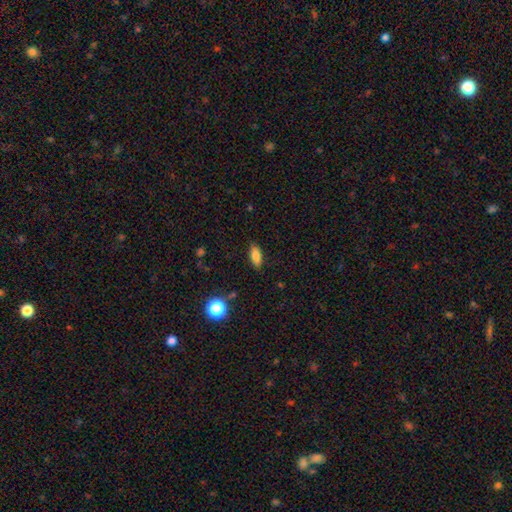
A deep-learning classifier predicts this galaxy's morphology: type=smooth (80%); roundness=in between (77%); merging=none (86%).